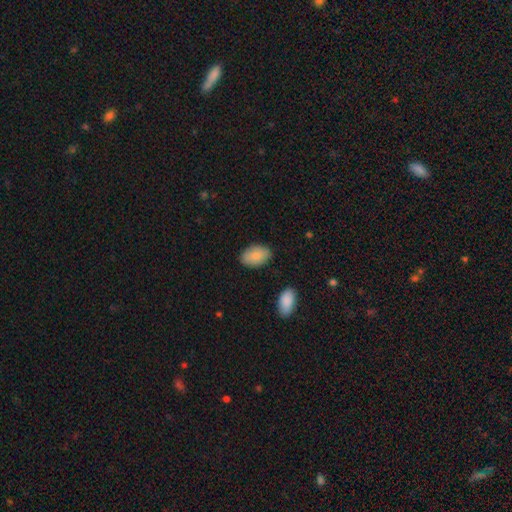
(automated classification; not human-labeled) This appears to be a smooth galaxy with no disk features (86%) that is in between round and cigar-shaped (93%). Merging: none (84%).